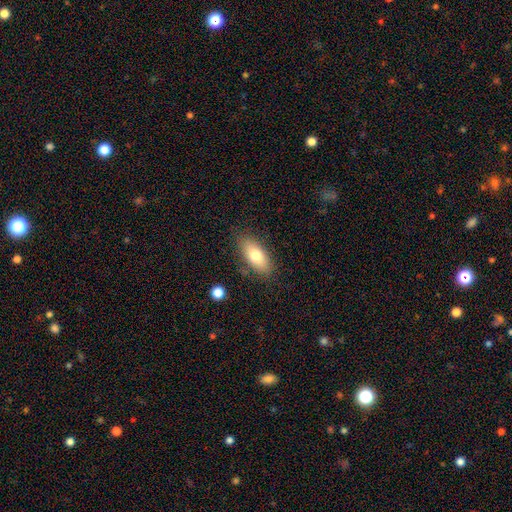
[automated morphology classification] Overall: smooth (74%). How rounded: in between (84%). Merging: none (82%).